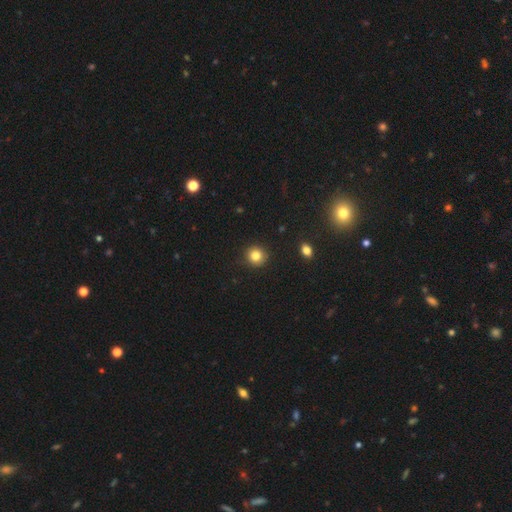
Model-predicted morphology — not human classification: A smooth galaxy with no disk features (83%) that is round (91%).

Vote fractions:
- Smooth or featured? smooth: 83% / star or artifact: 11% / featured or disk: 5%
- How rounded? round: 91% / in between: 8% / cigar-shaped: 1%
- Merging? none: 91% / minor disturbance: 6% / major disturbance: 2% / merger: 1%